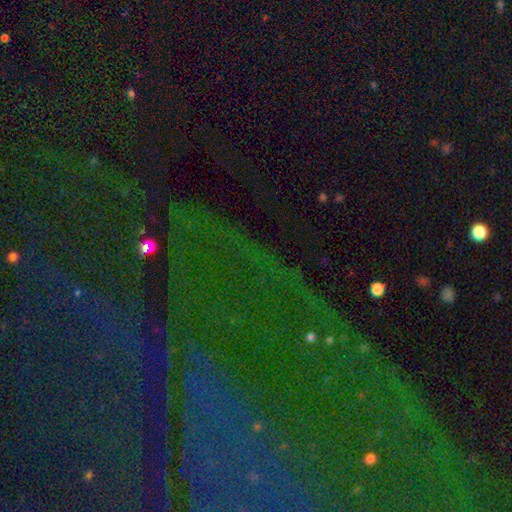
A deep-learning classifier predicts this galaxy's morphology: Smooth or featured?
  - star or artifact: 80% *
  - featured or disk: 10%
  - smooth: 10%